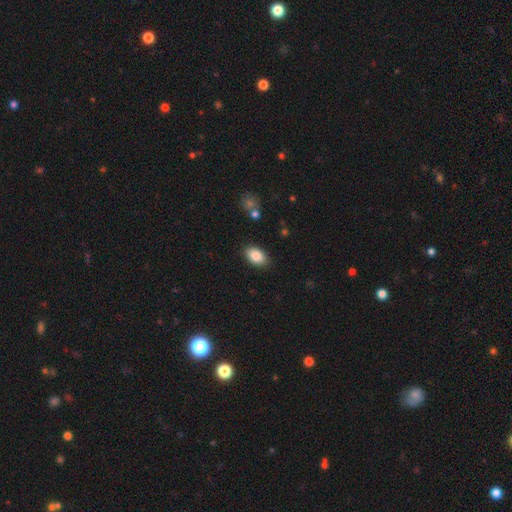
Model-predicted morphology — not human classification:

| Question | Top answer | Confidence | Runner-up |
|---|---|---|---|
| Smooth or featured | smooth | 86% | star or artifact (7%) |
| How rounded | in between | 91% | round (8%) |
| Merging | none | 87% | minor disturbance (9%) |